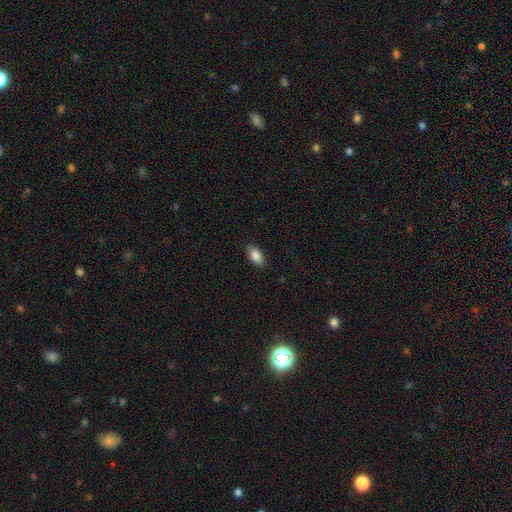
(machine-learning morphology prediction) Smooth or featured: smooth — 87% (star or artifact — 7%)
How rounded: in between — 91% (cigar-shaped — 4%)
Merging: none — 87% (minor disturbance — 10%)